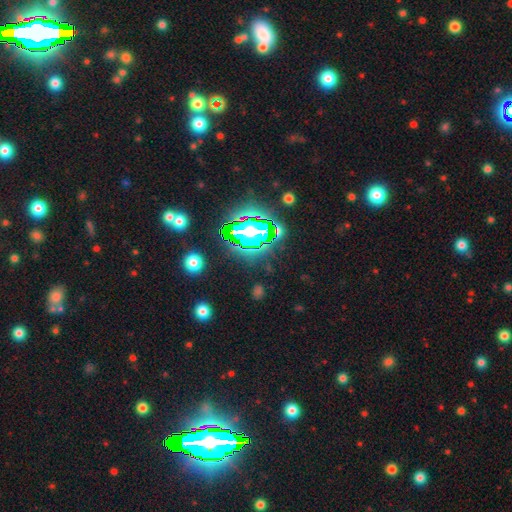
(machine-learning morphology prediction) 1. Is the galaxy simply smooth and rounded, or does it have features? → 83% star or artifact, 10% smooth, 7% featured or disk.